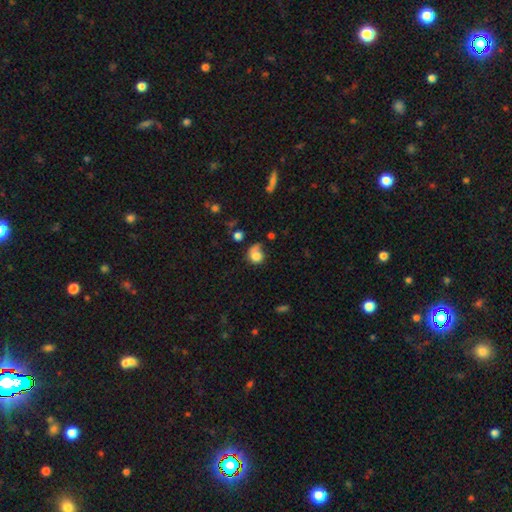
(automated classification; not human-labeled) Smooth or featured? Predicted: smooth (p=0.71). How rounded? Predicted: round (p=0.65). Merging? Predicted: none (p=0.35).